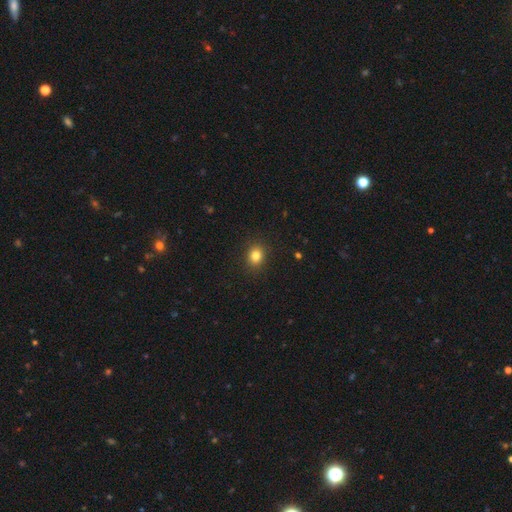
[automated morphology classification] Smooth or featured?
  - smooth: 83% *
  - star or artifact: 12%
  - featured or disk: 6%
How rounded?
  - round: 63% *
  - in between: 36%
  - cigar-shaped: 1%
Merging?
  - none: 89% *
  - minor disturbance: 8%
  - major disturbance: 2%
  - merger: 1%